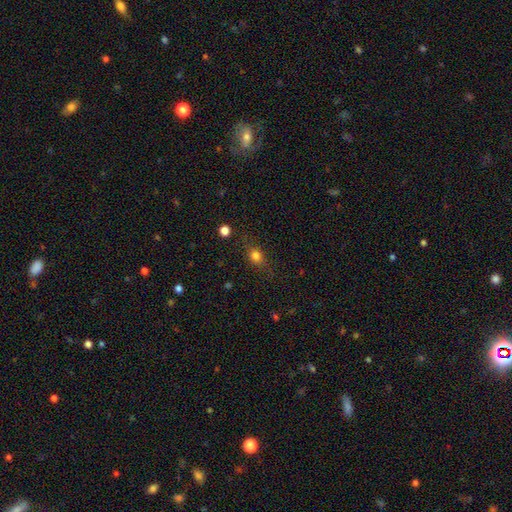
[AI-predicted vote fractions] This is likely a smooth galaxy (74%). How rounded: possibly round (50%). Merging: likely none (75%).